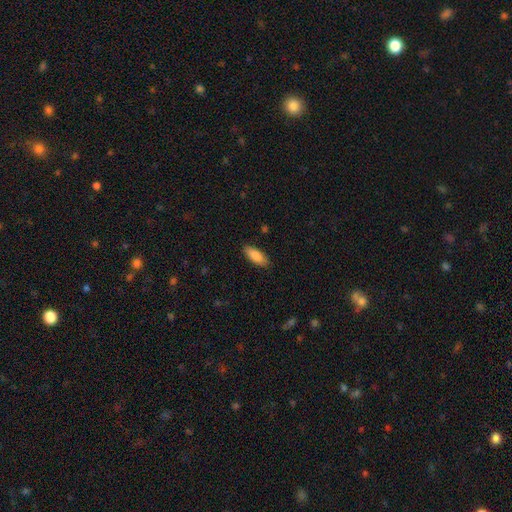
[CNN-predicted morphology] smooth_or_featured: smooth (p=0.87) [alt: featured or disk p=0.07]
how_rounded: in between (p=0.77) [alt: cigar-shaped p=0.22]
merging: none (p=0.86) [alt: minor disturbance p=0.10]